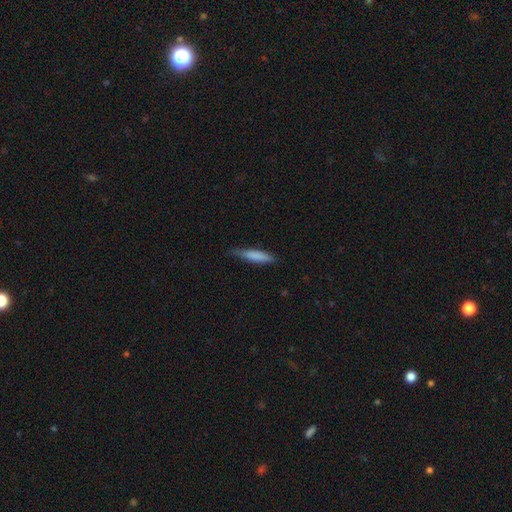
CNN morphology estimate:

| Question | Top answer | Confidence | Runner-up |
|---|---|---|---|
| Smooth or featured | smooth | 78% | featured or disk (16%) |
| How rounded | cigar-shaped | 82% | in between (17%) |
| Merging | none | 72% | minor disturbance (23%) |